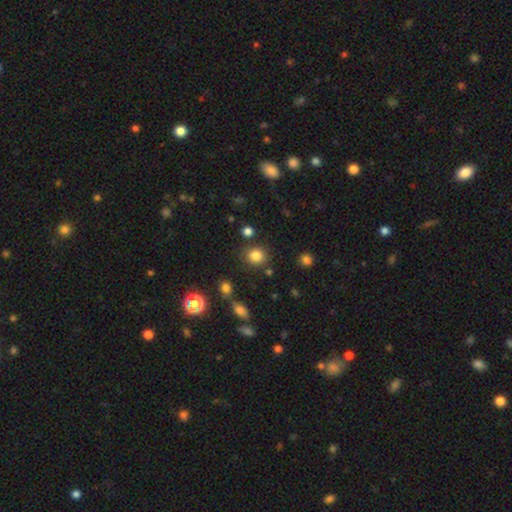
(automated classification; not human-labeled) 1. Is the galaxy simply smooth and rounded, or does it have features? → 83% smooth, 12% star or artifact, 5% featured or disk.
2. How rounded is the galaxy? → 82% round, 17% in between, 1% cigar-shaped.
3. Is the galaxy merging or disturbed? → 83% none, 9% minor disturbance, 5% merger, 3% major disturbance.